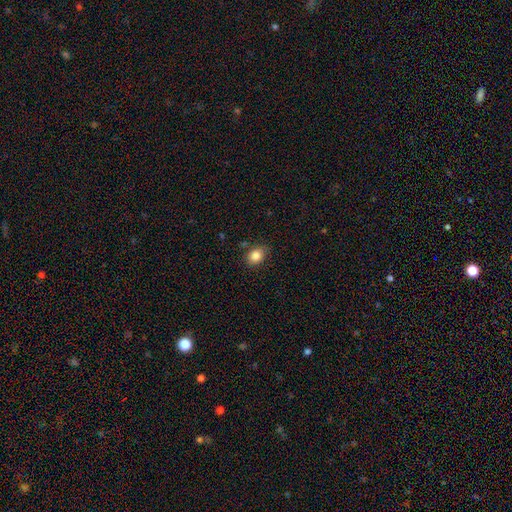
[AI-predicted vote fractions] Morphology: type=smooth (85%); roundness=round (51%); merging=none (78%).